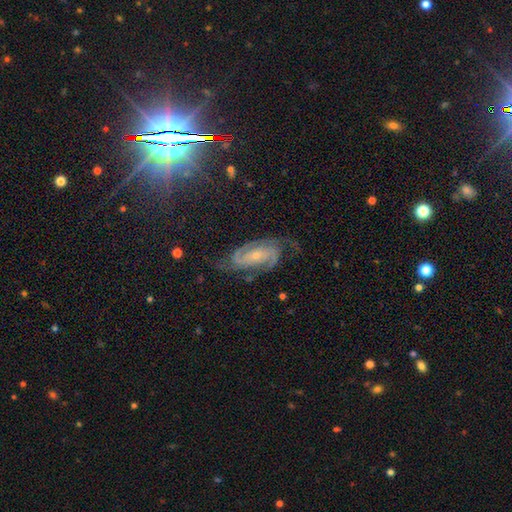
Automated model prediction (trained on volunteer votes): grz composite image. It shows a featured or disk galaxy (87%) with no bar (50%), 2 (67%) tight (51%) spiral arms (98%) and a small central bulge (69%). Merging: none (72%).